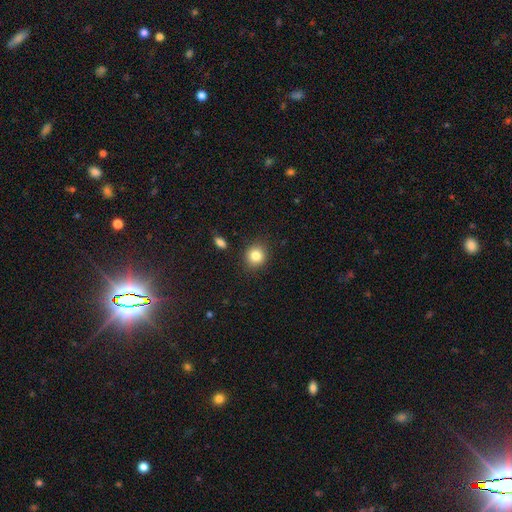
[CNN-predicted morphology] Smooth or featured? Predicted: smooth (p=0.83). How rounded? Predicted: round (p=0.84). Merging? Predicted: none (p=0.87).